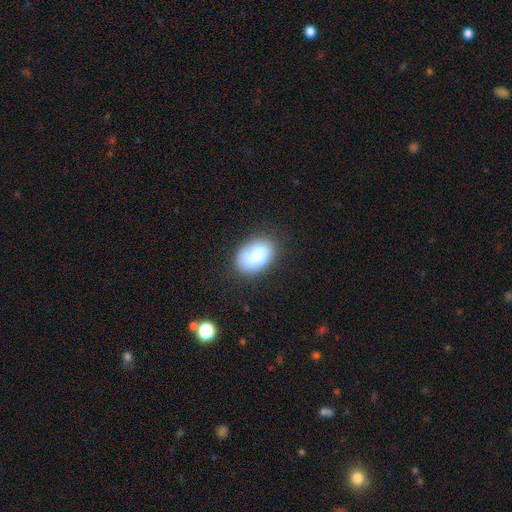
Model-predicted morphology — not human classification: smooth-or-featured: smooth: 77% | featured or disk: 15% | star or artifact: 8%
  how-rounded: in between: 86% | round: 12% | cigar-shaped: 1%
  merging: none: 72% | minor disturbance: 19% | major disturbance: 6% | merger: 3%